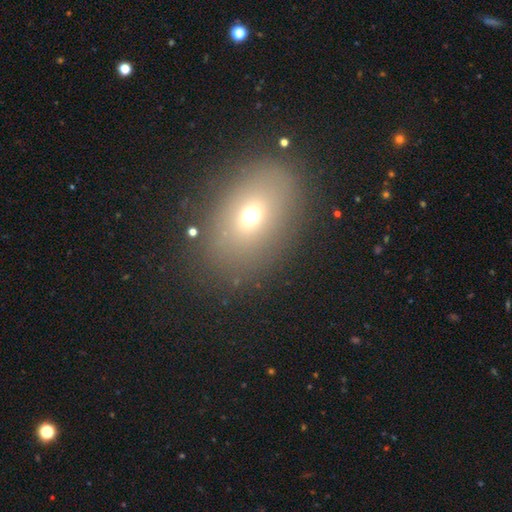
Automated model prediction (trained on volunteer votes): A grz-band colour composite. It shows a smooth galaxy with no disk features (62%) that is in between round and cigar-shaped (73%). Merging: none (86%).